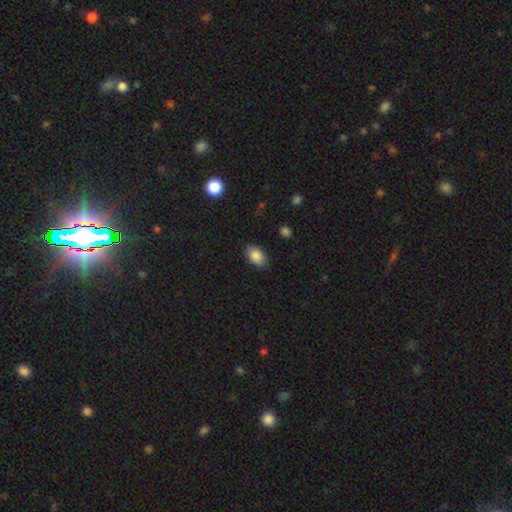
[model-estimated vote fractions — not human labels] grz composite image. It shows a smooth galaxy with no disk features (87%) that is in between round and cigar-shaped (89%). Merging: none (84%).